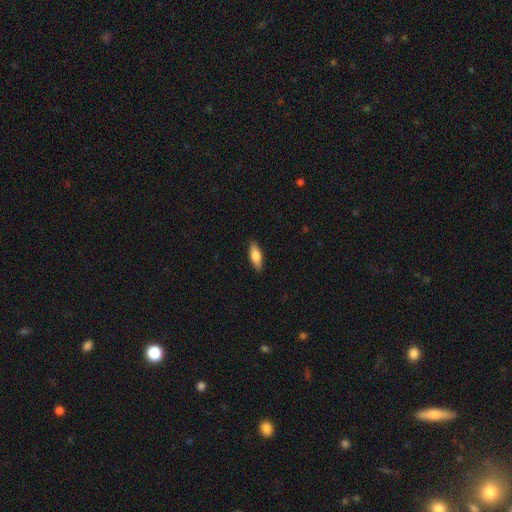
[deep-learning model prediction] Overall: smooth (71%). How rounded: in between (68%; cigar-shaped 29%). Merging: none (89%).